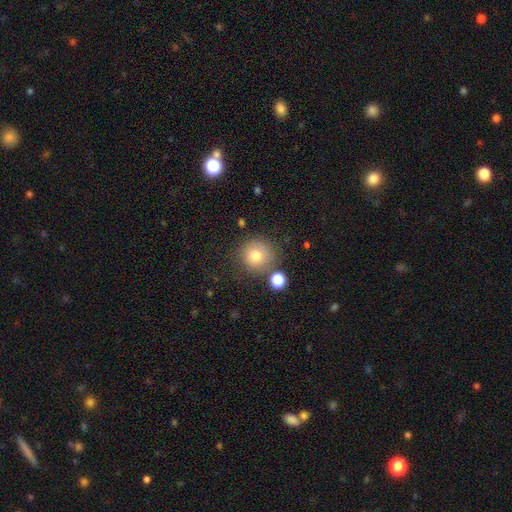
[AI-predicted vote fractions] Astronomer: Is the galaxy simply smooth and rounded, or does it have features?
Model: smooth — 76%.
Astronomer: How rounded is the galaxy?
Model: round — 93%.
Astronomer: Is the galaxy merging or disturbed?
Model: none — 75%.